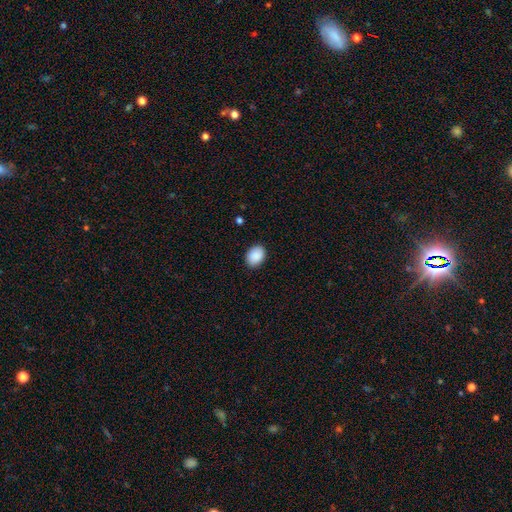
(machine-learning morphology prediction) smooth 90%, star or artifact 7%, featured or disk 3%. Down the decision tree: how rounded — in between (67%); merging — none (88%).